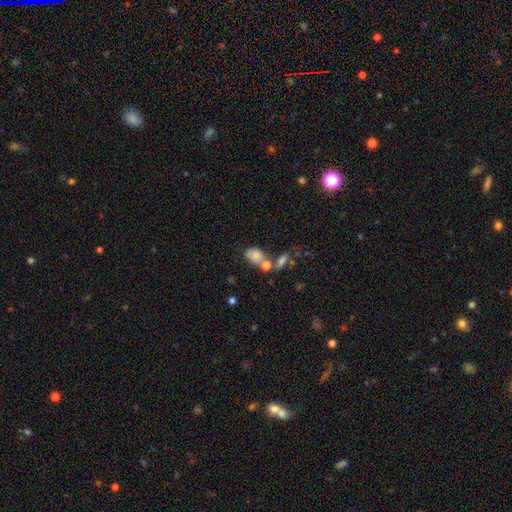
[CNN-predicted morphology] A smooth galaxy with no disk features (74%) that is in between round and cigar-shaped (76%).

Vote fractions:
- Smooth or featured? smooth: 74% / featured or disk: 16% / star or artifact: 9%
- How rounded? in between: 76% / round: 21% / cigar-shaped: 2%
- Merging? merger: 43% / none: 34% / minor disturbance: 14% / major disturbance: 8%